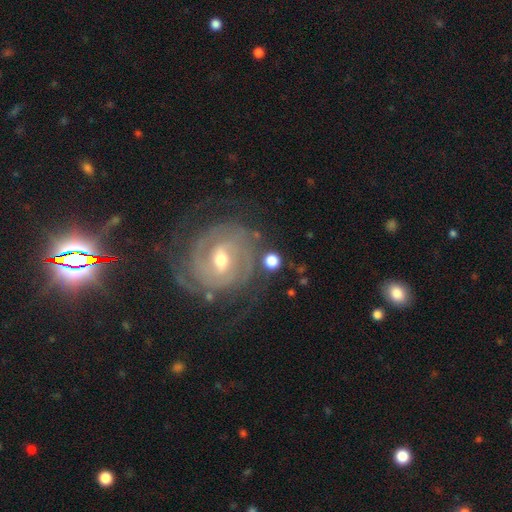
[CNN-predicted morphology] type=featured or disk (77%); edge-on=no (96%); bar=weak (41%); spiral arms=yes (93%); winding=tight (75%); arm count=can't tell (32%); bulge=moderate (51%); merging=none (75%).